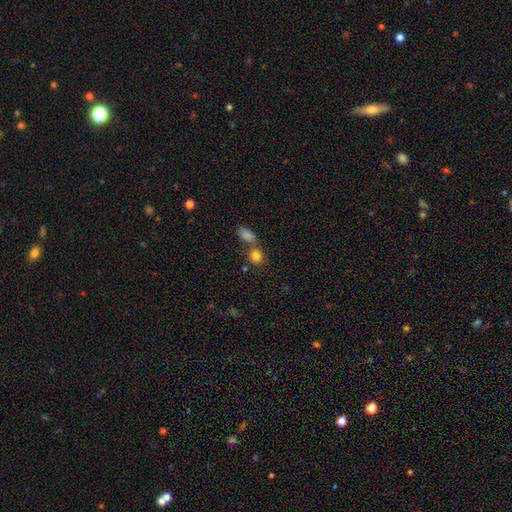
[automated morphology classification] The model was most divided on "merging": none: 56%, merger: 30%, minor disturbance: 10%, major disturbance: 4%. More confident: smooth or featured — smooth (82%); how rounded — round (73%).